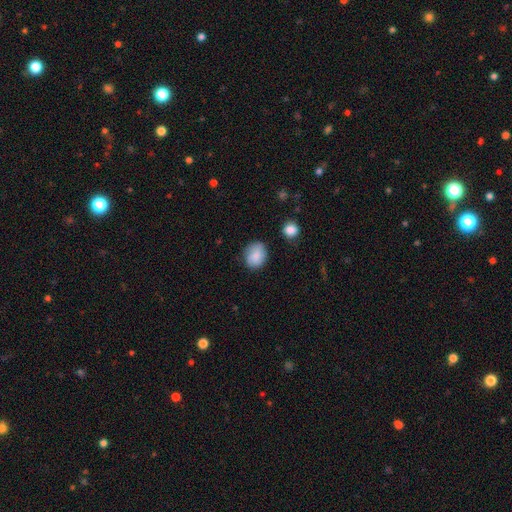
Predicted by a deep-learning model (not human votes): This appears to be a smooth galaxy with no disk features (83%) that is round (61%). Merging: none (73%).